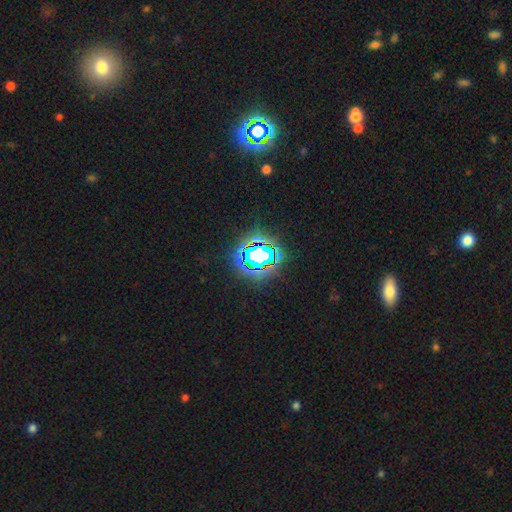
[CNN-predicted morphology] This appears to be a star or artifact, not a galaxy (68%).